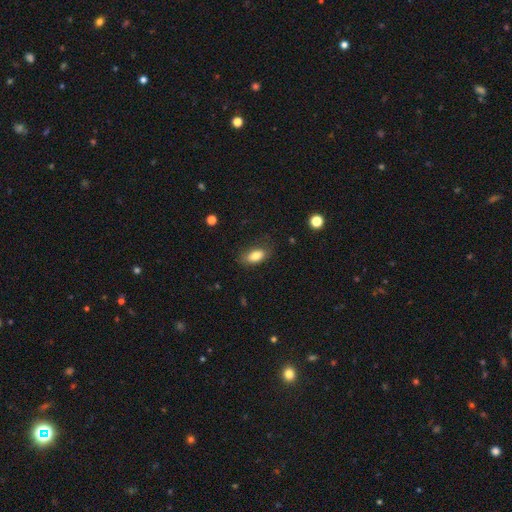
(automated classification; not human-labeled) Smooth or featured: smooth — 81% (featured or disk — 11%)
How rounded: in between — 89% (cigar-shaped — 6%)
Merging: none — 76% (minor disturbance — 18%)